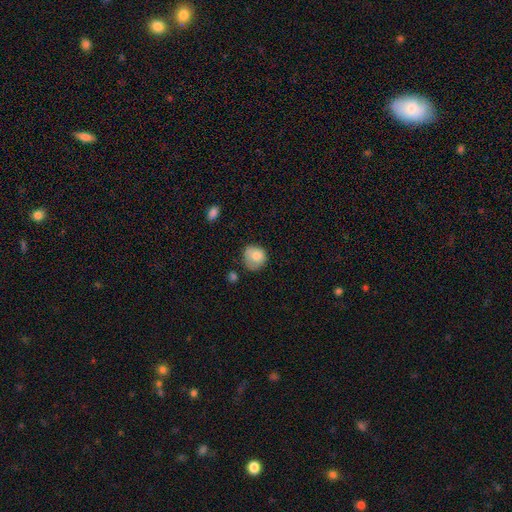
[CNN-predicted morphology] This appears to be a smooth galaxy with no disk features (79%) that is round (77%). Merging: none (52%).